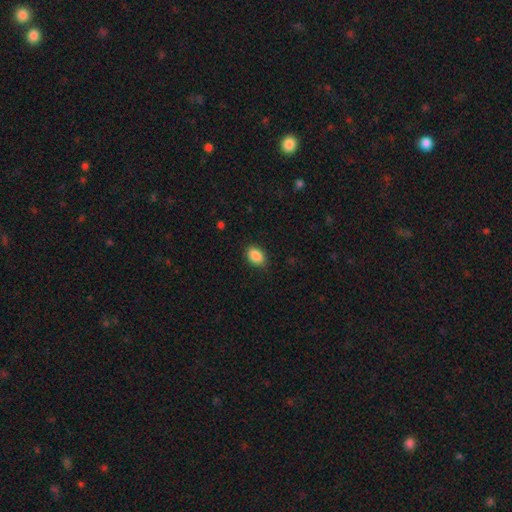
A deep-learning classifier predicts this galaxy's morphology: Smooth or featured?
  - smooth: 89% *
  - star or artifact: 8%
  - featured or disk: 3%
How rounded?
  - in between: 82% *
  - round: 17%
  - cigar-shaped: 1%
Merging?
  - none: 86% *
  - minor disturbance: 11%
  - major disturbance: 2%
  - merger: 1%